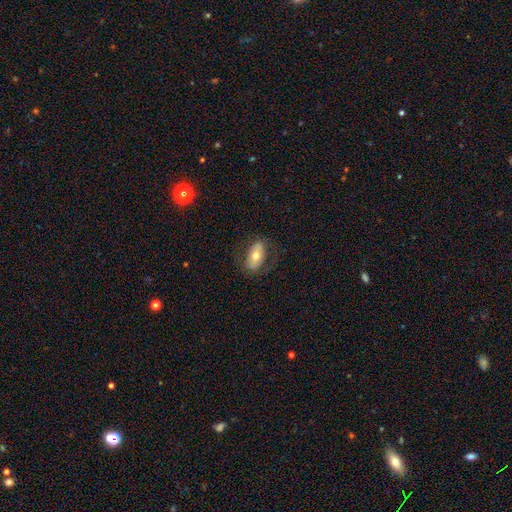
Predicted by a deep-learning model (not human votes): Smooth or featured? Predicted: smooth (p=0.59). How rounded? Predicted: in between (p=0.89). Merging? Predicted: none (p=0.74).